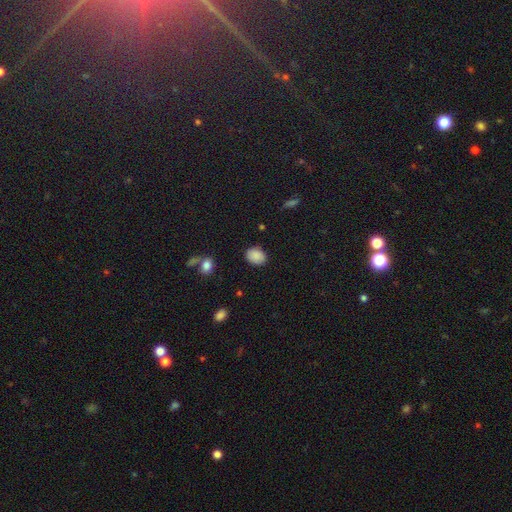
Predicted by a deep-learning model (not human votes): Smooth or featured?
  - smooth: 88% *
  - star or artifact: 8%
  - featured or disk: 4%
How rounded?
  - in between: 66% *
  - round: 33%
  - cigar-shaped: 1%
Merging?
  - none: 85% *
  - minor disturbance: 11%
  - major disturbance: 3%
  - merger: 2%